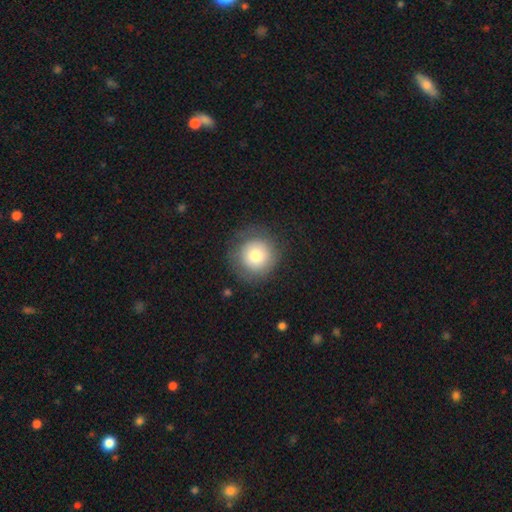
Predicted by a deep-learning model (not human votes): Smooth or featured: smooth — 76% (featured or disk — 15%)
How rounded: round — 94% (in between — 5%)
Merging: none — 78% (minor disturbance — 15%)